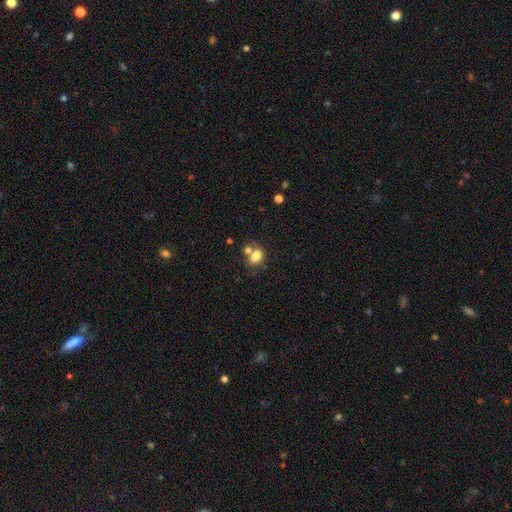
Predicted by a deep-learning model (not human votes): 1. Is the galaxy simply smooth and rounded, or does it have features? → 77% smooth, 12% featured or disk, 10% star or artifact.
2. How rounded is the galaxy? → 77% in between, 21% round, 2% cigar-shaped.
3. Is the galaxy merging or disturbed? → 42% none, 38% merger, 13% minor disturbance, 6% major disturbance.